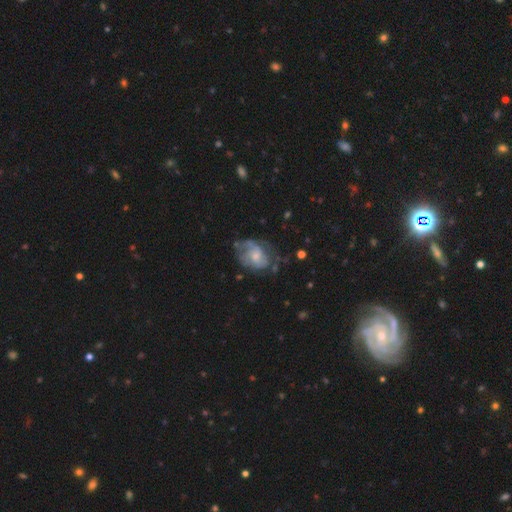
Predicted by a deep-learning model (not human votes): Smooth or featured?
  - featured or disk: 62% *
  - smooth: 30%
  - star or artifact: 7%
Edge-on disk?
  - no: 97% *
  - yes: 3%
Bar?
  - no: 70% *
  - weak: 26%
  - strong: 4%
Spiral arms?
  - yes: 69% *
  - no: 31%
Bulge size?
  - small: 46% *
  - moderate: 39%
  - none: 9%
  - large: 5%
  - dominant: 1%
Merging?
  - none: 45% *
  - minor disturbance: 27%
  - major disturbance: 24%
  - merger: 3%